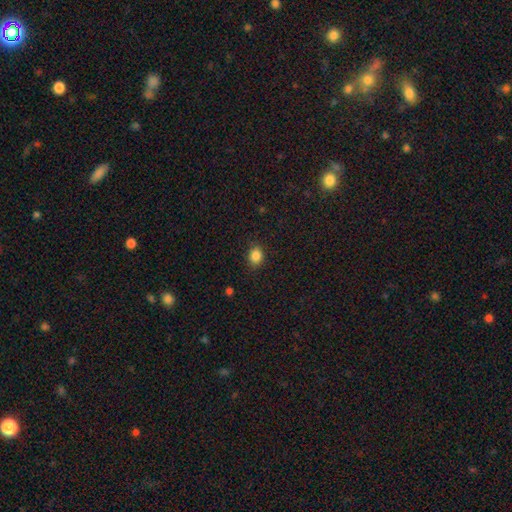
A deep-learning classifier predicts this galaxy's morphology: smooth 85%, star or artifact 11%, featured or disk 4%. Down the decision tree: how rounded — round (59%); merging — none (85%).